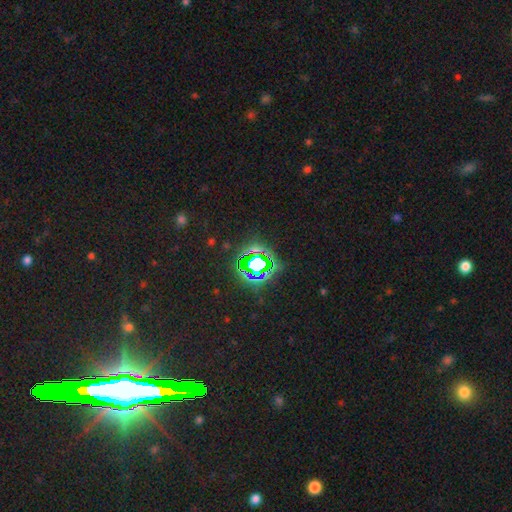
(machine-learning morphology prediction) This appears to be a star or artifact, not a galaxy (74%).